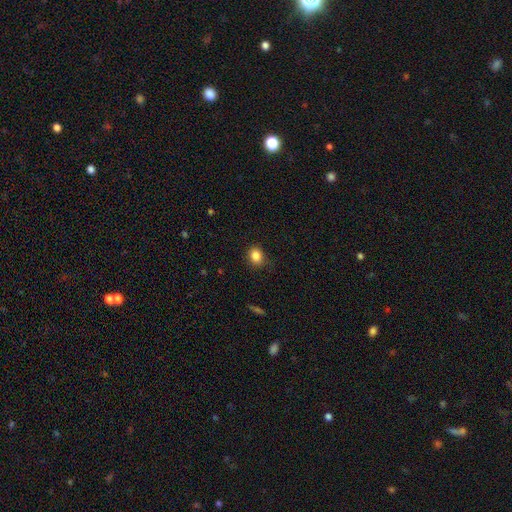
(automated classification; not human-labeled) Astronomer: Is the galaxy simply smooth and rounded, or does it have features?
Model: smooth — 85%.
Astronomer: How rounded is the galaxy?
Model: round — 54% (runner-up: in between, 45%).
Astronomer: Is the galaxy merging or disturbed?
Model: none — 82%.